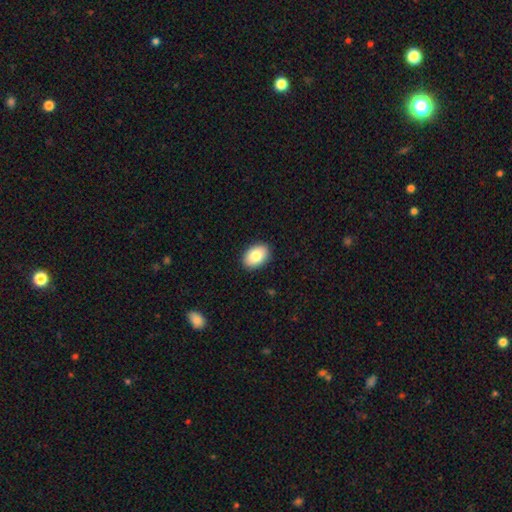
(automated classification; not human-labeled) Smooth or featured: smooth — 83% (featured or disk — 10%)
How rounded: in between — 85% (round — 13%)
Merging: none — 90% (minor disturbance — 7%)